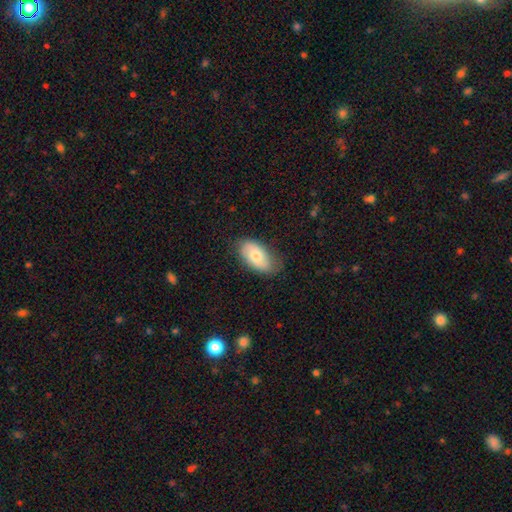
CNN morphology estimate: This appears to be a smooth galaxy with no disk features (72%) that is in between round and cigar-shaped (93%). Merging: none (75%).